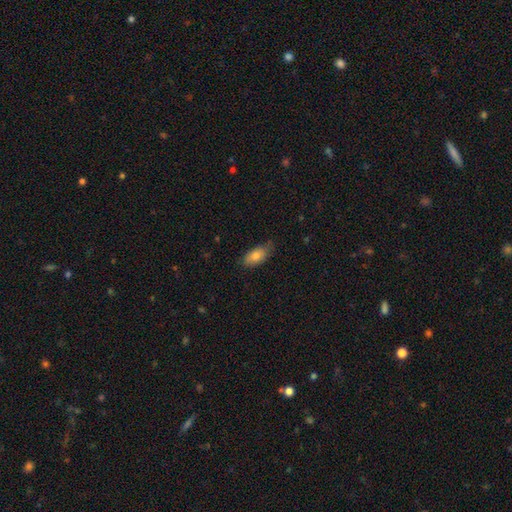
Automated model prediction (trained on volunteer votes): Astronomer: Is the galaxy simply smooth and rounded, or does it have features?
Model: smooth — 80%.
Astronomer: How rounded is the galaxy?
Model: in between — 89%.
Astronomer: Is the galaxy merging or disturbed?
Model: none — 68%.